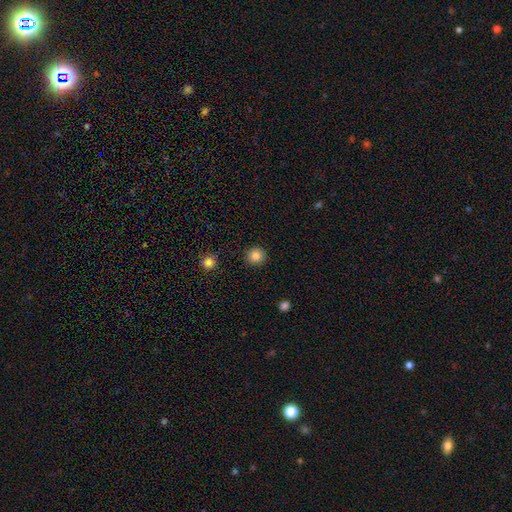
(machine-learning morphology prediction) smooth 84%, star or artifact 11%, featured or disk 5%. Down the decision tree: how rounded — round (94%); merging — none (92%).